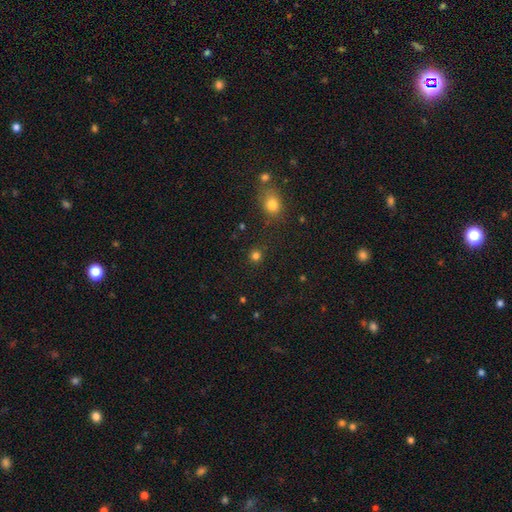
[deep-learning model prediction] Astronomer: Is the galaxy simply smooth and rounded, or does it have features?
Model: smooth — 78%.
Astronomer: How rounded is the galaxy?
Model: round — 92%.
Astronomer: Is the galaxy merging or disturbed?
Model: none — 87%.